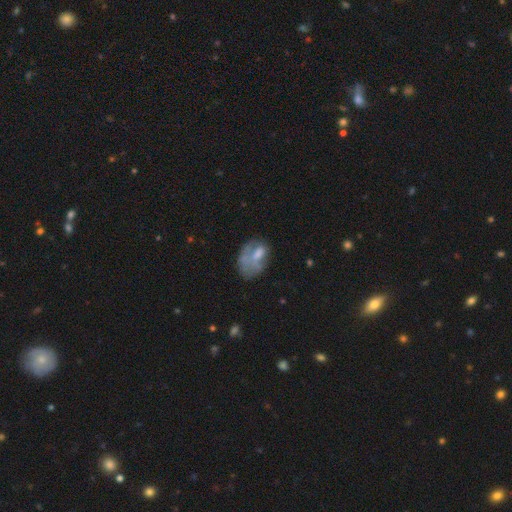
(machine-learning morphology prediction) The model was most divided on "merging": none: 35%, major disturbance: 31%, minor disturbance: 27%, merger: 7%. More confident: how rounded — in between (80%); smooth or featured — smooth (53%).